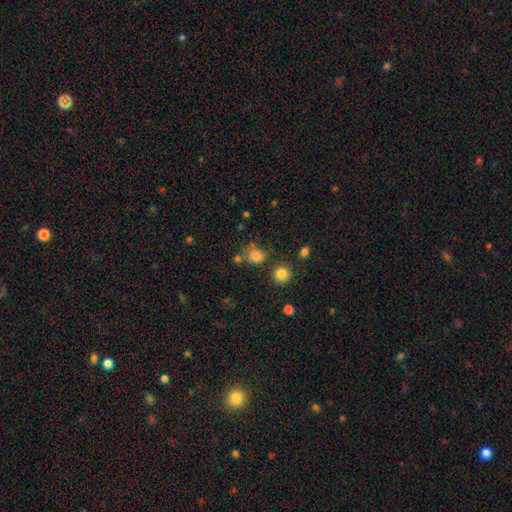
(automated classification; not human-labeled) Overall: smooth (80%). How rounded: round (76%). Merging: none (63%).